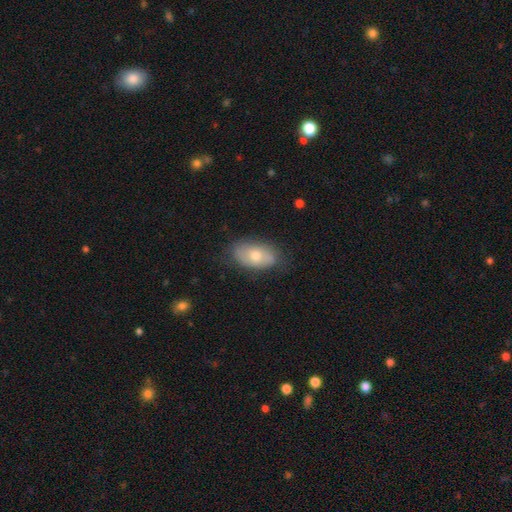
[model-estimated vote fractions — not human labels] smooth-or-featured: smooth: 61% | featured or disk: 32% | star or artifact: 7%
  how-rounded: in between: 92% | round: 5% | cigar-shaped: 3%
  merging: none: 75% | minor disturbance: 19% | major disturbance: 4% | merger: 1%